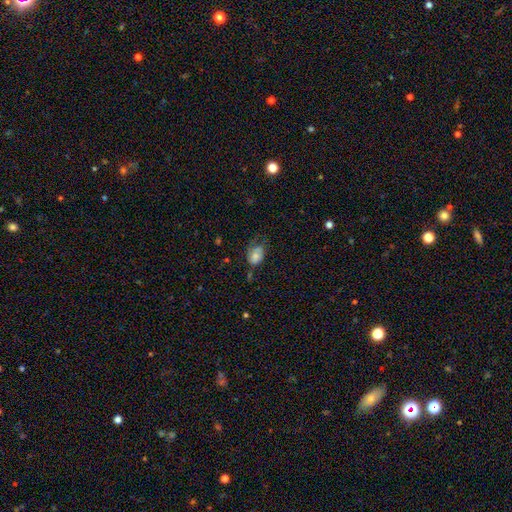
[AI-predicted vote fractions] Smooth or featured? Predicted: smooth (p=0.65). How rounded? Predicted: in between (p=0.75). Merging? Predicted: none (p=0.35).